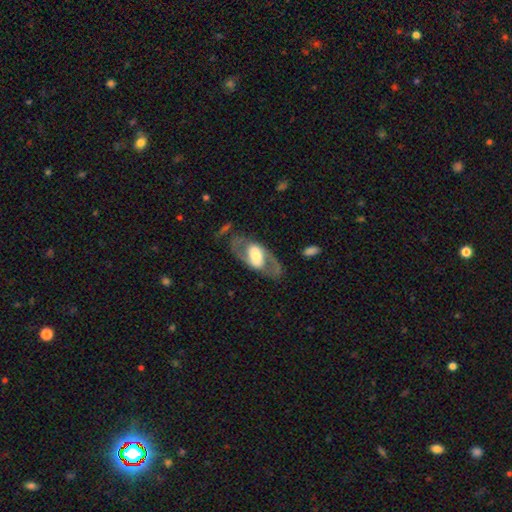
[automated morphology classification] The model was most divided on "bulge size" (2-way tie): large: 40%, moderate: 40%, small: 13%, dominant: 5%, none: 2%. Remaining: edge-on disk — no (91%); smooth or featured — featured or disk (76%); merging — none (73%); spiral arms — yes (71%); bar — strong (36%).